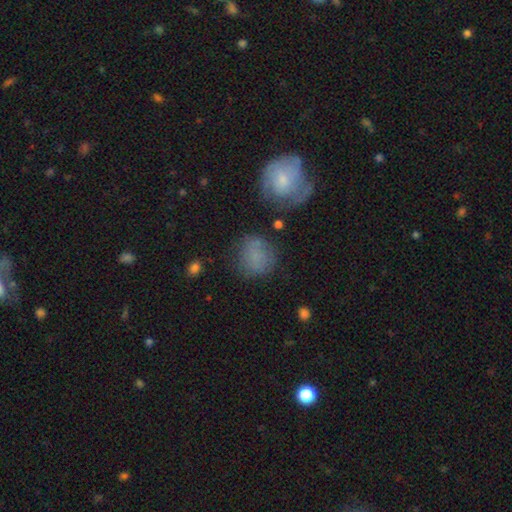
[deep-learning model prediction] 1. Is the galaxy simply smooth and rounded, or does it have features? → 72% smooth, 15% featured or disk, 13% star or artifact.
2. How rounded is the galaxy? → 77% round, 22% in between, 1% cigar-shaped.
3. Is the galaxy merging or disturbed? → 63% none, 20% minor disturbance, 11% major disturbance, 6% merger.